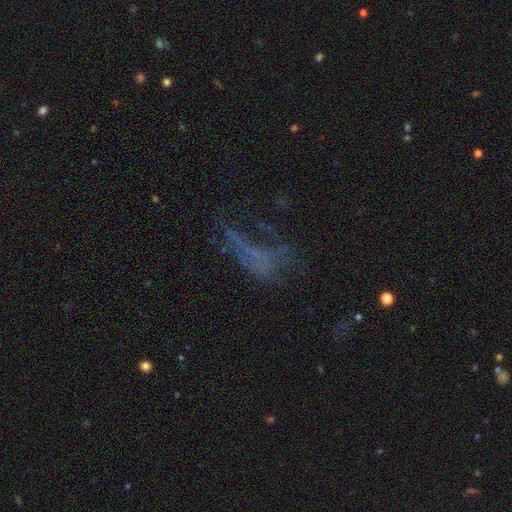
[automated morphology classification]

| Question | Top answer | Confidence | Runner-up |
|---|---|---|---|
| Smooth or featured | featured or disk | 40% | star or artifact (33%) |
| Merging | major disturbance | 44% | none (34%) |